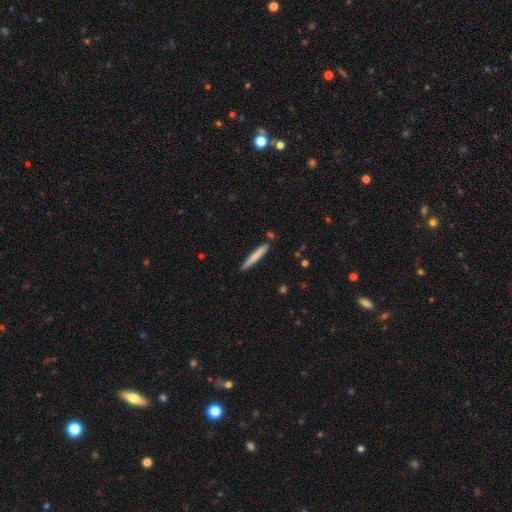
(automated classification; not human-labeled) Smooth or featured? Predicted: smooth (p=0.73). How rounded? Predicted: cigar-shaped (p=0.95). Merging? Predicted: none (p=0.85).